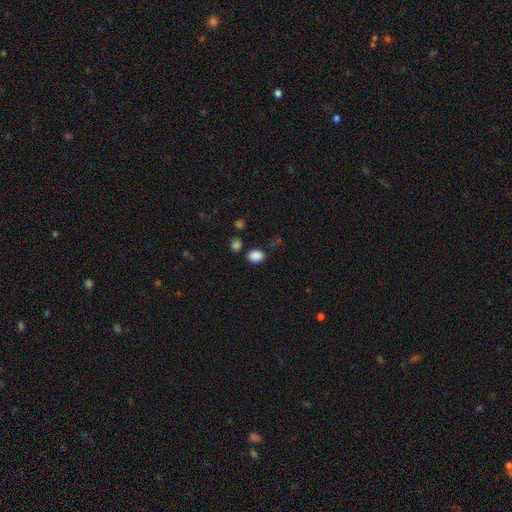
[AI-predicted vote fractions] smooth-or-featured: smooth: 86% | star or artifact: 11% | featured or disk: 3%
  how-rounded: in between: 60% | round: 39% | cigar-shaped: 1%
  merging: none: 79% | minor disturbance: 12% | merger: 6% | major disturbance: 4%